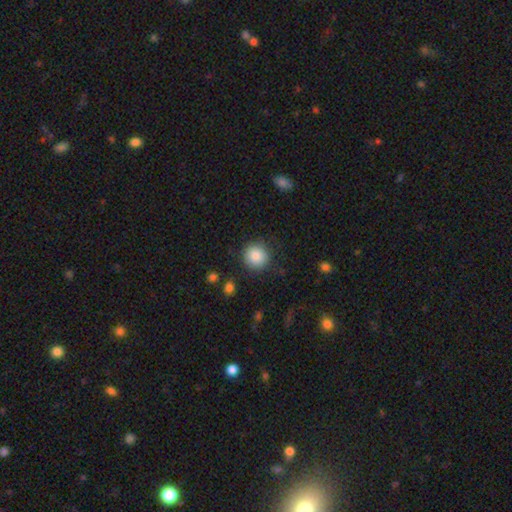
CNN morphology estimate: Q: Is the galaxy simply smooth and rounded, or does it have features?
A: smooth — 86%.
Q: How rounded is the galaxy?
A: round — 93%.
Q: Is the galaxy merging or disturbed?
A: none — 88%.